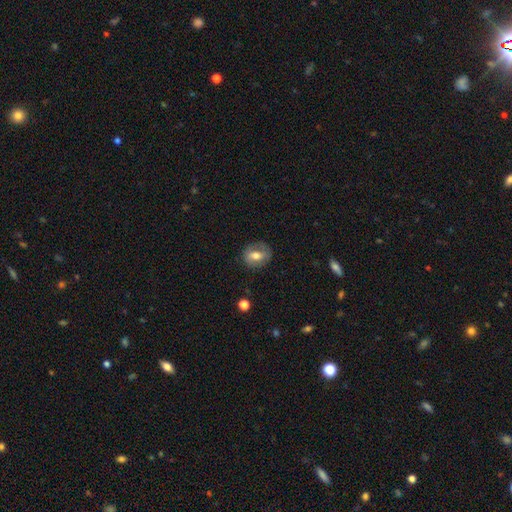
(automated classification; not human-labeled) Smooth or featured: smooth — 51% (featured or disk — 41%)
How rounded: in between — 50% (round — 48%)
Merging: none — 76% (minor disturbance — 16%)